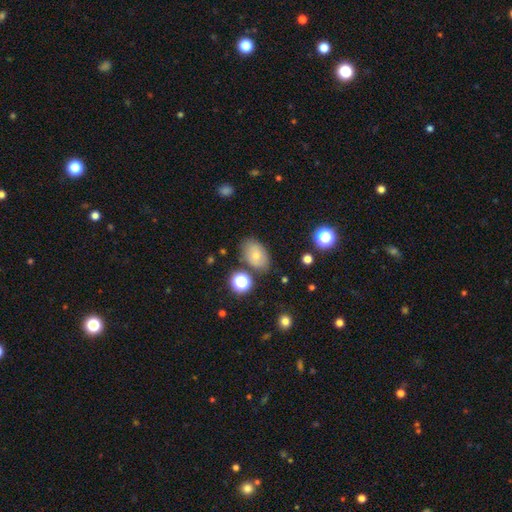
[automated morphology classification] Overall: smooth (69%). How rounded: in between (82%). Merging: none (75%).